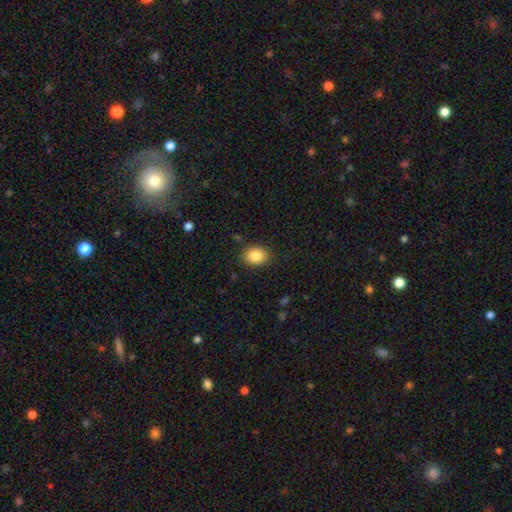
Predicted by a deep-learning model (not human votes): Overall: smooth (86%). How rounded: in between (66%; round 33%). Merging: none (86%).